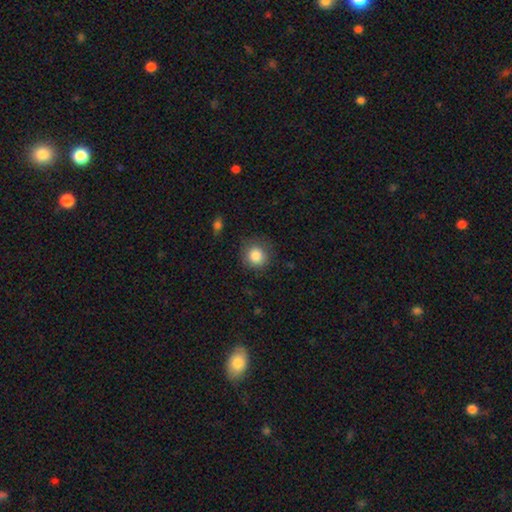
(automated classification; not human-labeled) Smooth or featured? smooth (85%)
How rounded? round (89%)
Merging? none (82%)